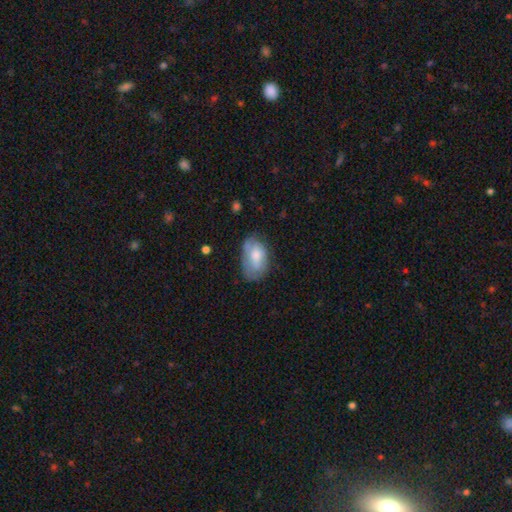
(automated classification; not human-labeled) smooth-or-featured: smooth: 65% | featured or disk: 28% | star or artifact: 7%
  how-rounded: in between: 90% | round: 8% | cigar-shaped: 2%
  merging: none: 54% | minor disturbance: 31% | major disturbance: 13% | merger: 3%